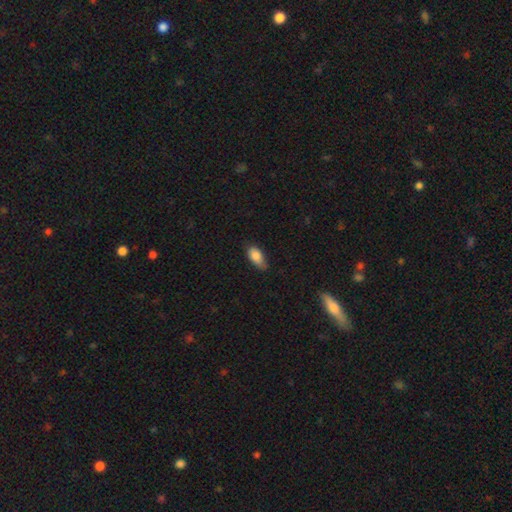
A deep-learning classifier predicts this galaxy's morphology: smooth 84%, featured or disk 9%, star or artifact 7%. Down the decision tree: how rounded — in between (90%); merging — none (64%).